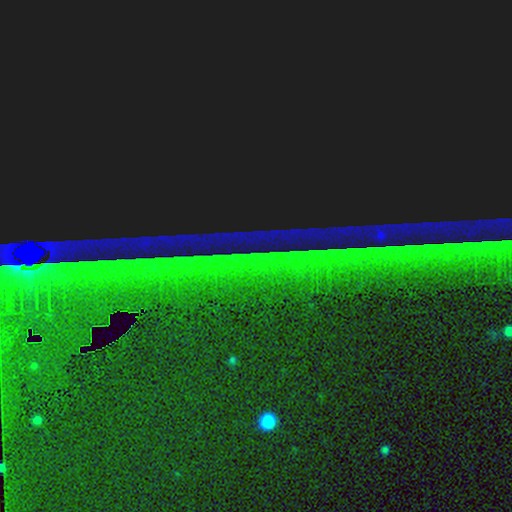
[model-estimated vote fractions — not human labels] smooth_or_featured: star or artifact (p=0.89) [alt: featured or disk p=0.06]